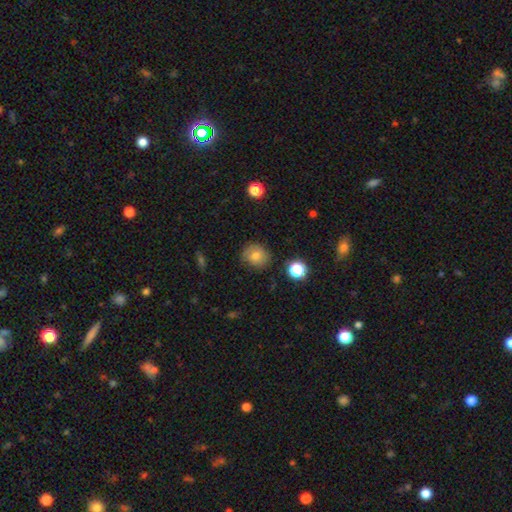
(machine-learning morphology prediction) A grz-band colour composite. It shows a smooth galaxy with no disk features (75%) that is round (77%). Merging: none (82%).